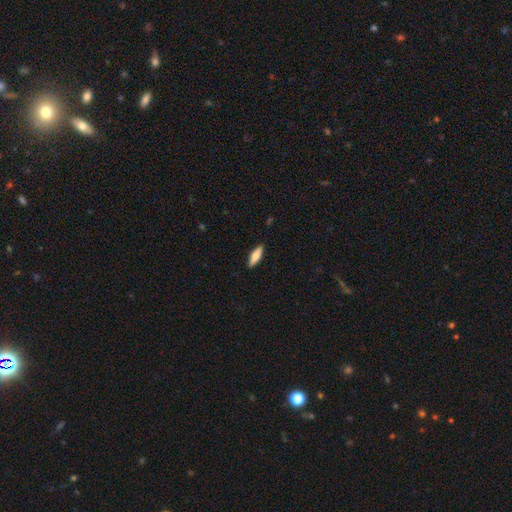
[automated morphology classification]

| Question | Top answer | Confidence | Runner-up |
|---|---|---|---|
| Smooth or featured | smooth | 74% | featured or disk (20%) |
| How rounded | cigar-shaped | 56% | in between (42%) |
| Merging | none | 89% | minor disturbance (8%) |